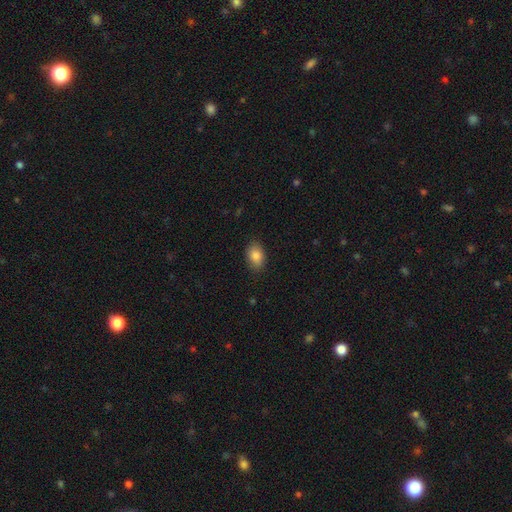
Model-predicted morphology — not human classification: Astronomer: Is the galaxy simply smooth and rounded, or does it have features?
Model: smooth — 86%.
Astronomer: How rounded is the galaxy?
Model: in between — 85%.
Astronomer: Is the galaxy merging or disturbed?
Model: none — 85%.